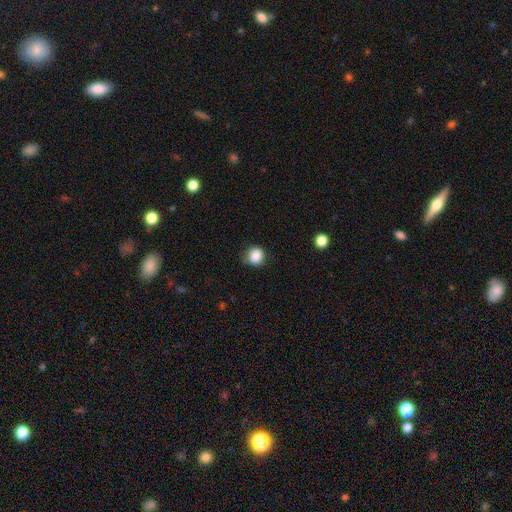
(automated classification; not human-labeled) A smooth galaxy with no disk features (87%) that is round (81%). Merging: none (72%).